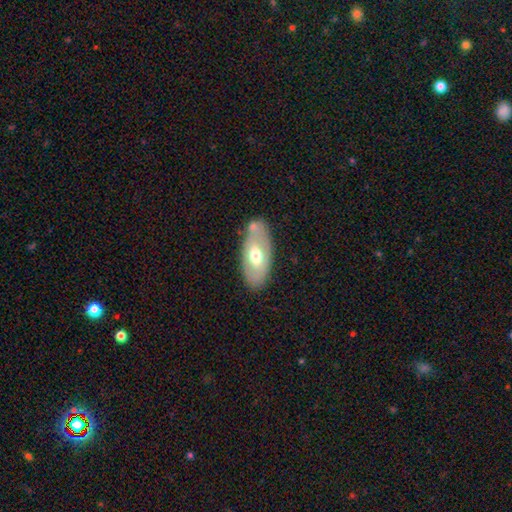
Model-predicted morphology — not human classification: smooth_or_featured: smooth (p=0.54) [alt: featured or disk p=0.40]
how_rounded: in between (p=0.90) [alt: cigar-shaped p=0.07]
merging: none (p=0.72) [alt: minor disturbance p=0.16]